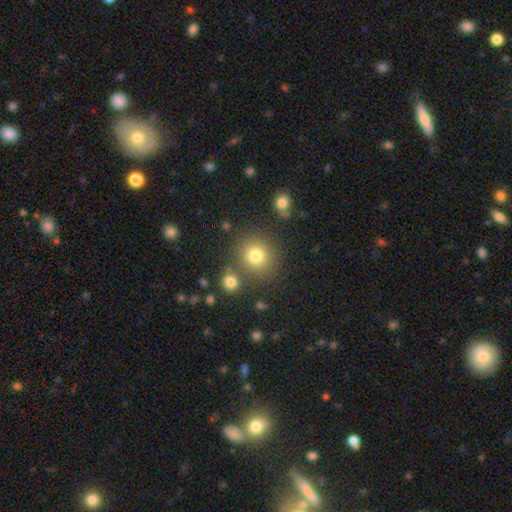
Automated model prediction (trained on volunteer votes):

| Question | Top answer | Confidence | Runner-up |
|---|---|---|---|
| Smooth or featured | smooth | 78% | star or artifact (14%) |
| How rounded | round | 89% | in between (10%) |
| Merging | none | 77% | merger (11%) |